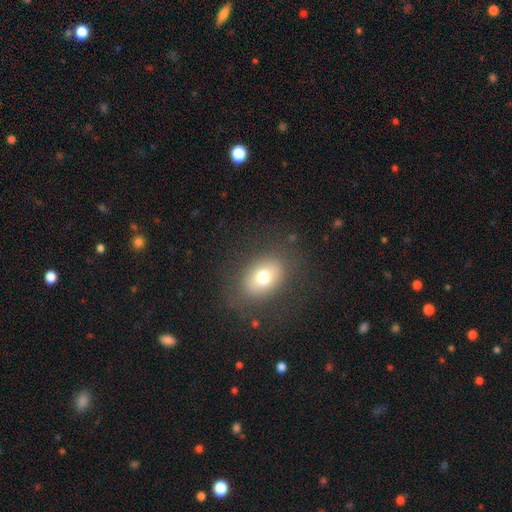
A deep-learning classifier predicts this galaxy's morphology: The model was most divided on "how rounded": in between: 67%, round: 32%, cigar-shaped: 2%. More confident: merging — none (87%); smooth or featured — smooth (66%).